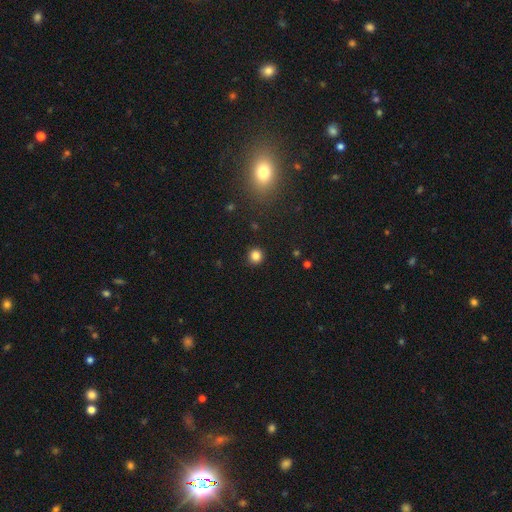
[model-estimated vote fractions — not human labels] smooth_or_featured: smooth (p=0.83) [alt: star or artifact p=0.13]
how_rounded: round (p=0.91) [alt: in between p=0.08]
merging: none (p=0.91) [alt: minor disturbance p=0.05]